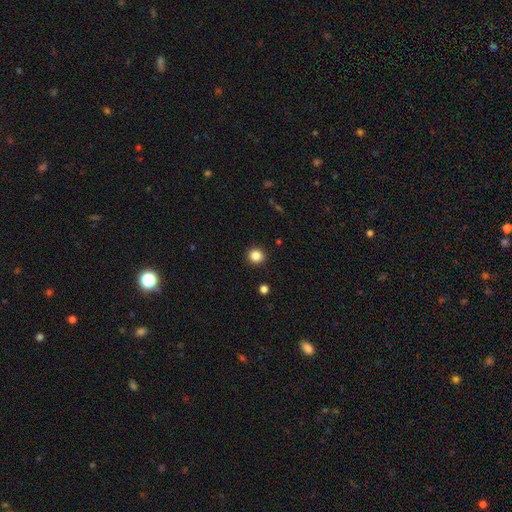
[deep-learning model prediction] smooth-or-featured: smooth: 85% | star or artifact: 11% | featured or disk: 4%
  how-rounded: round: 90% | in between: 9% | cigar-shaped: 1%
  merging: none: 91% | minor disturbance: 6% | major disturbance: 2% | merger: 1%